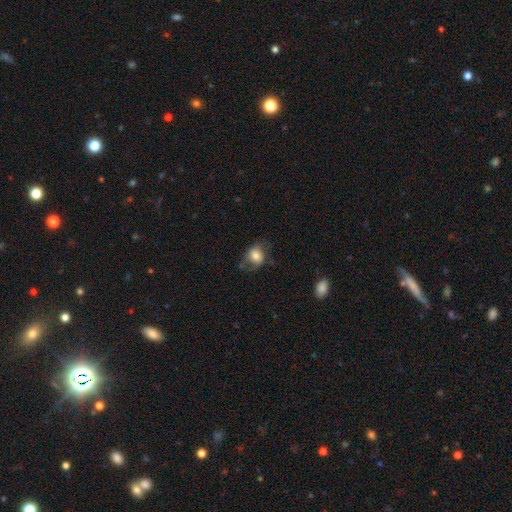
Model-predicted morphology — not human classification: Smooth or featured?
  - smooth: 67% *
  - featured or disk: 25%
  - star or artifact: 8%
How rounded?
  - round: 50% *
  - in between: 49%
  - cigar-shaped: 1%
Merging?
  - none: 51% *
  - minor disturbance: 27%
  - major disturbance: 19%
  - merger: 3%